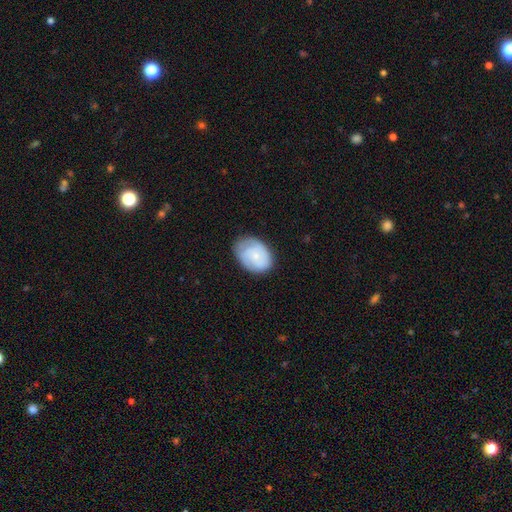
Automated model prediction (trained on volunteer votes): Smooth or featured? Predicted: smooth (p=0.57). How rounded? Predicted: in between (p=0.70). Merging? Predicted: none (p=0.65).